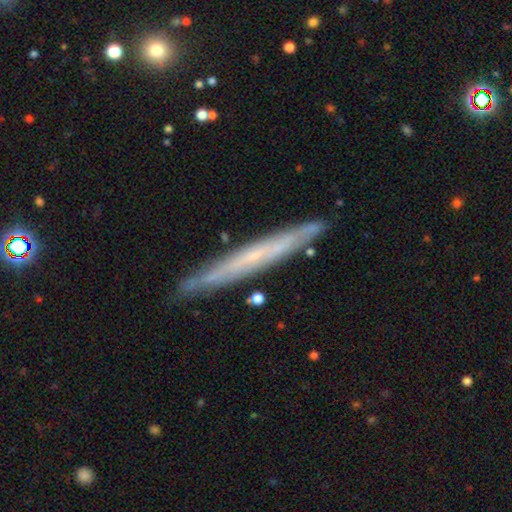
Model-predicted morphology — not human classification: type=featured or disk (63%); edge-on=yes (91%); edge-on bulge=none (79%); merging=none (86%).